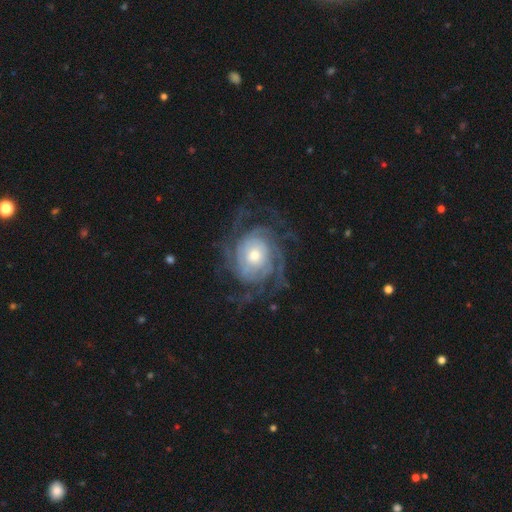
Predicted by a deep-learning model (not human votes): Smooth or featured?
  - featured or disk: 88% *
  - smooth: 6%
  - star or artifact: 6%
Edge-on disk?
  - no: 97% *
  - yes: 3%
Bar?
  - no: 76% *
  - weak: 19%
  - strong: 6%
Spiral arms?
  - yes: 96% *
  - no: 4%
Spiral winding?
  - tight: 65% *
  - medium: 27%
  - loose: 8%
Spiral arm count?
  - can't tell: 27% *
  - 3: 22%
  - 4: 17%
  - 2: 17%
  - more than 4: 10%
  - 1: 7%
Bulge size?
  - moderate: 56% *
  - small: 31%
  - large: 10%
  - dominant: 1%
  - none: 1%
Merging?
  - none: 71% *
  - minor disturbance: 14%
  - major disturbance: 13%
  - merger: 1%